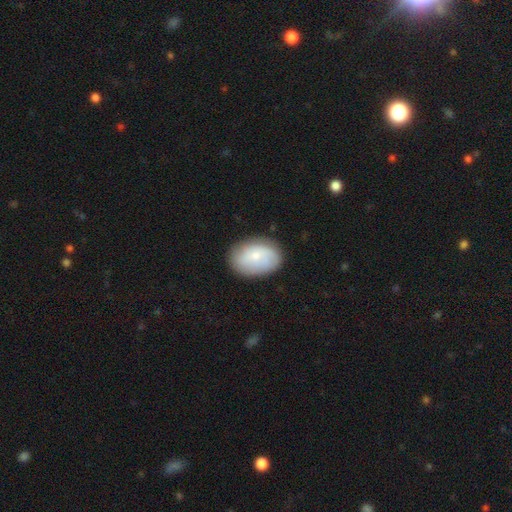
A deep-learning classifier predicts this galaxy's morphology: The model was most divided on "smooth or featured": smooth: 63%, featured or disk: 30%, star or artifact: 7%. More confident: how rounded — in between (82%); merging — none (79%).